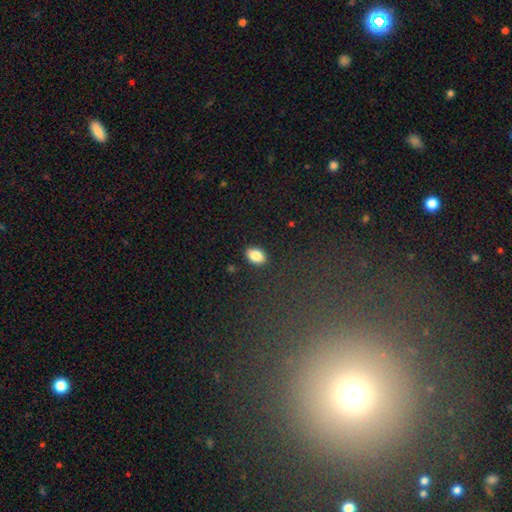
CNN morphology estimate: smooth-or-featured: smooth: 85% | star or artifact: 9% | featured or disk: 7%
  how-rounded: in between: 88% | round: 11% | cigar-shaped: 1%
  merging: none: 88% | minor disturbance: 9% | major disturbance: 2% | merger: 1%